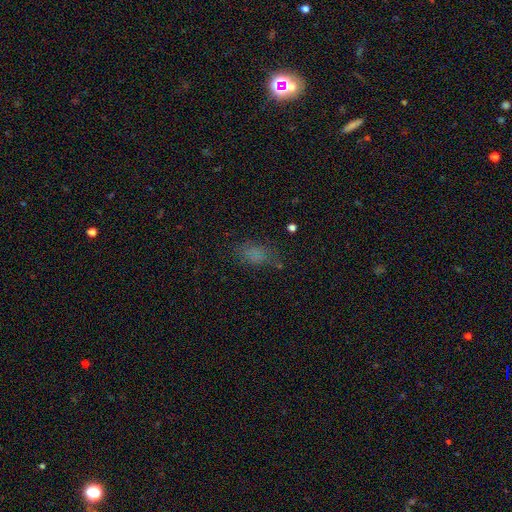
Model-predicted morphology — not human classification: type=smooth (66%); roundness=in between (86%); merging=none (63%).